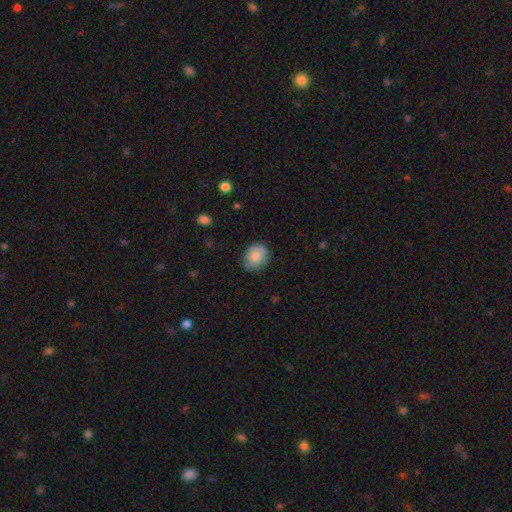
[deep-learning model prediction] smooth-or-featured: smooth: 82% | featured or disk: 11% | star or artifact: 7%
  how-rounded: round: 57% | in between: 42% | cigar-shaped: 1%
  merging: none: 78% | minor disturbance: 18% | major disturbance: 4% | merger: 1%